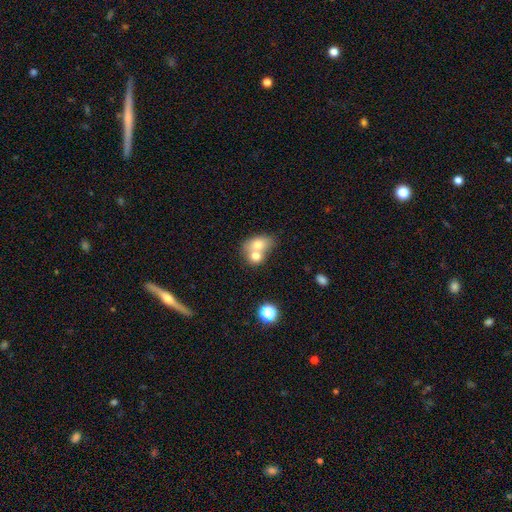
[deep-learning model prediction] This is likely a smooth galaxy (70%). How rounded: possibly in between (55%). Merging: likely merger (68%).